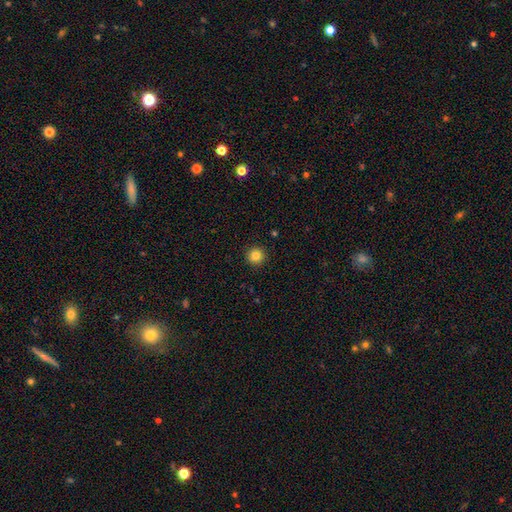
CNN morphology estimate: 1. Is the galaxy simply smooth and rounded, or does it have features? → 84% smooth, 11% star or artifact, 5% featured or disk.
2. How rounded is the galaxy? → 96% round, 3% in between, 1% cigar-shaped.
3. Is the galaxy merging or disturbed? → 93% none, 5% minor disturbance, 2% major disturbance, 1% merger.